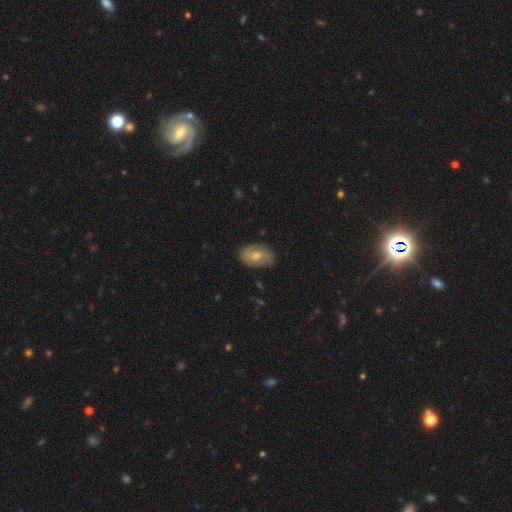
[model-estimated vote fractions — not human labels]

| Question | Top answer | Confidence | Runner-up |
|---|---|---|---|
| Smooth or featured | featured or disk | 53% | smooth (40%) |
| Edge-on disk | no | 96% | yes (4%) |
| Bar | no | 52% | weak (41%) |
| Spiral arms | yes | 81% | no (19%) |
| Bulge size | moderate | 65% | small (23%) |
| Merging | none | 76% | minor disturbance (18%) |